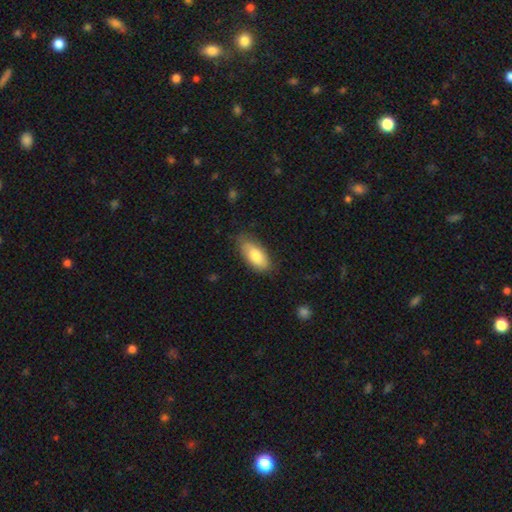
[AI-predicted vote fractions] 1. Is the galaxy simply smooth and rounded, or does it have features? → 79% smooth, 15% featured or disk, 6% star or artifact.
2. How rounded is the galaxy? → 89% in between, 9% cigar-shaped, 2% round.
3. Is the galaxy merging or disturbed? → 72% none, 22% minor disturbance, 4% major disturbance, 1% merger.